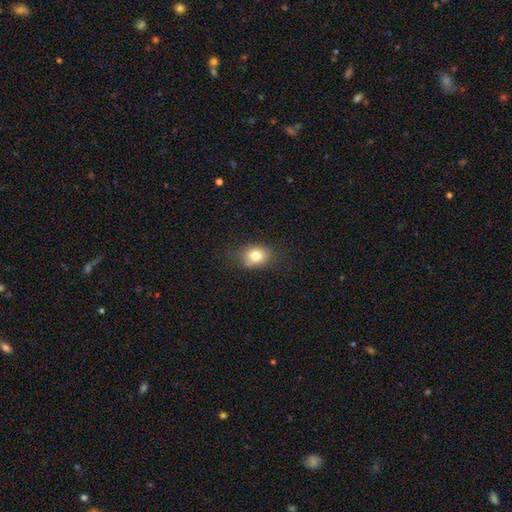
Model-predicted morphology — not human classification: Q: Smooth or featured?
A: smooth (79%); runner-up: star or artifact (10%)
Q: How rounded?
A: in between (55%); runner-up: round (44%)
Q: Merging?
A: none (76%); runner-up: minor disturbance (17%)